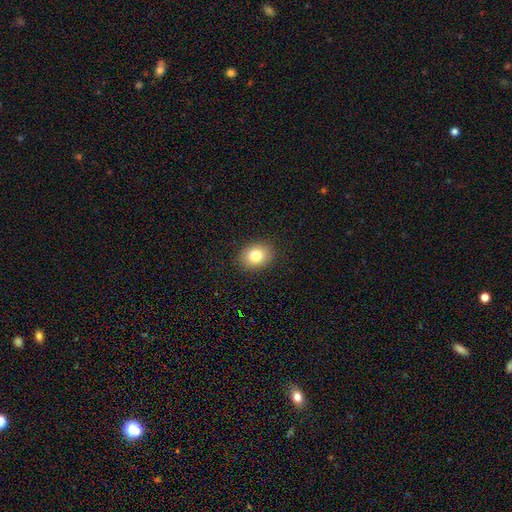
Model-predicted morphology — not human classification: A smooth galaxy with no disk features (81%) that is in between round and cigar-shaped (57%).

Vote fractions:
- Smooth or featured? smooth: 81% / star or artifact: 10% / featured or disk: 9%
- How rounded? in between: 57% / round: 42% / cigar-shaped: 1%
- Merging? none: 89% / minor disturbance: 8% / major disturbance: 2% / merger: 1%